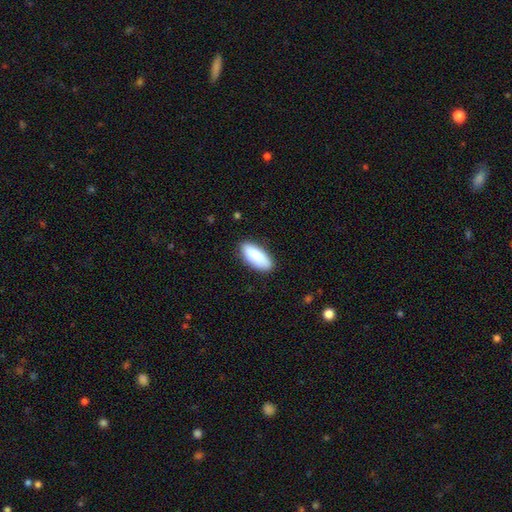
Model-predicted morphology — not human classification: Smooth or featured? Predicted: smooth (p=0.88). How rounded? Predicted: in between (p=0.85). Merging? Predicted: none (p=0.85).